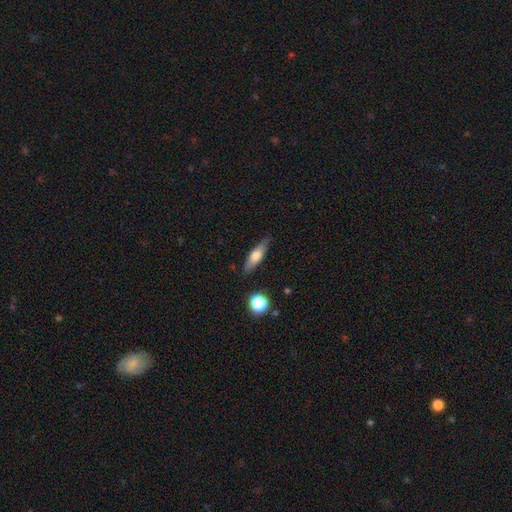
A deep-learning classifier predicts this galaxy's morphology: smooth 61%, featured or disk 32%, star or artifact 7%. Down the decision tree: how rounded — cigar-shaped (57%); merging — none (83%).